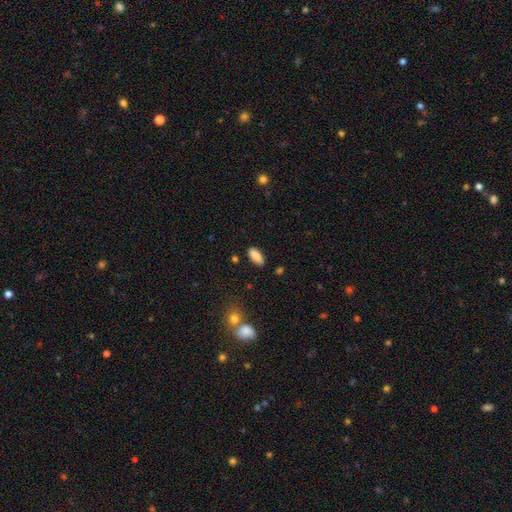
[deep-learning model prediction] Overall: smooth (85%). How rounded: in between (83%). Merging: none (84%).